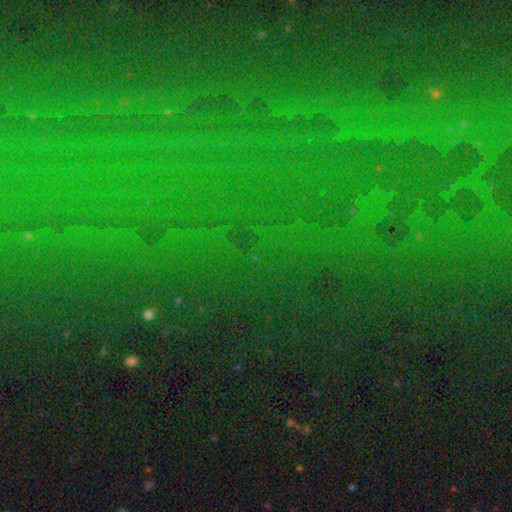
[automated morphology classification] The model was most divided on "smooth or featured": star or artifact: 83%, smooth: 9%, featured or disk: 8%.